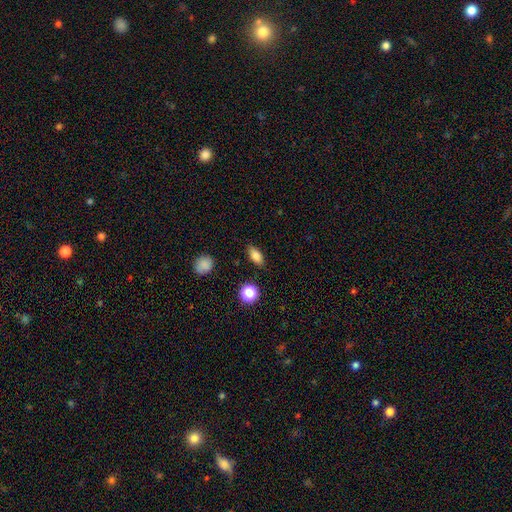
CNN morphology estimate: A smooth galaxy with no disk features (81%) that is in between round and cigar-shaped (82%).

Vote fractions:
- Smooth or featured? smooth: 81% / star or artifact: 10% / featured or disk: 9%
- How rounded? in between: 82% / cigar-shaped: 9% / round: 9%
- Merging? none: 85% / minor disturbance: 10% / major disturbance: 3% / merger: 2%